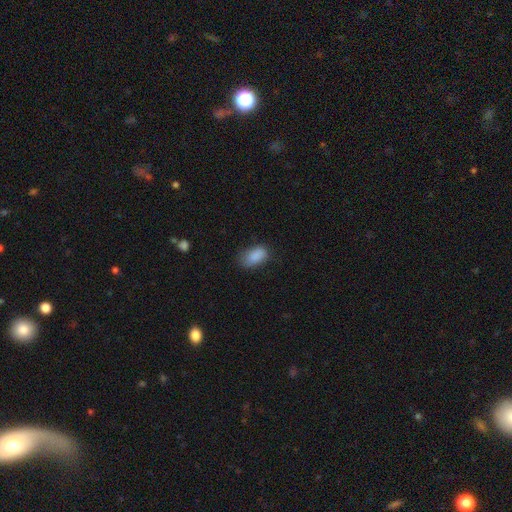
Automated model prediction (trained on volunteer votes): Smooth or featured? Predicted: smooth (p=0.87). How rounded? Predicted: in between (p=0.92). Merging? Predicted: none (p=0.70).